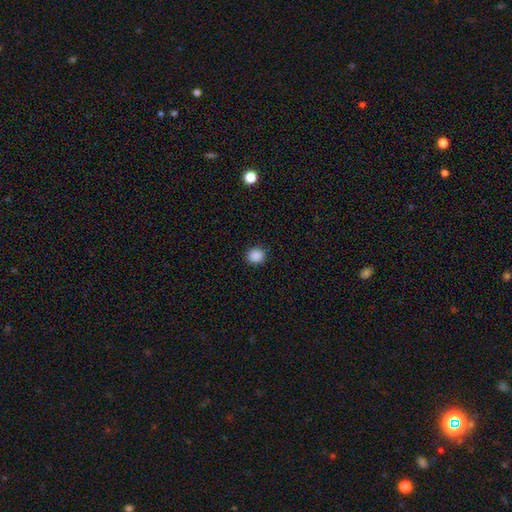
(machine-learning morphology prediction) A smooth galaxy with no disk features (88%) that is round (84%).

Vote fractions:
- Smooth or featured? smooth: 88% / star or artifact: 10% / featured or disk: 2%
- How rounded? round: 84% / in between: 15% / cigar-shaped: 1%
- Merging? none: 90% / minor disturbance: 7% / major disturbance: 2% / merger: 1%